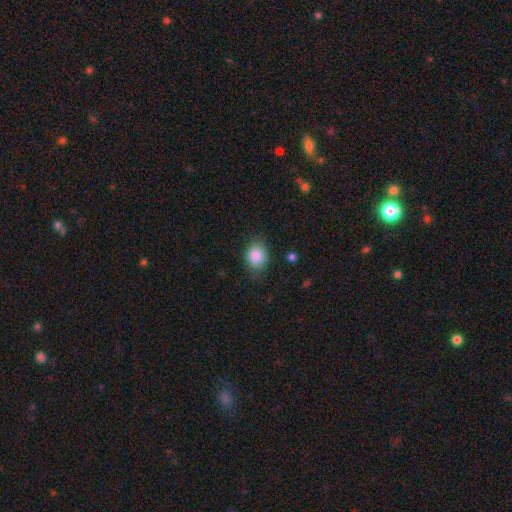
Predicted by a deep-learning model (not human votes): A smooth galaxy with no disk features (86%) that is in between round and cigar-shaped (62%).

Vote fractions:
- Smooth or featured? smooth: 86% / star or artifact: 8% / featured or disk: 6%
- How rounded? in between: 62% / round: 37% / cigar-shaped: 1%
- Merging? none: 76% / minor disturbance: 18% / major disturbance: 4% / merger: 1%